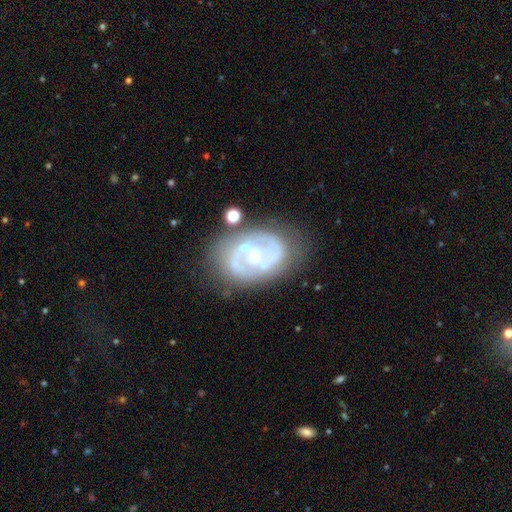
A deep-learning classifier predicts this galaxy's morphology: The model was most divided on "spiral winding": tight: 51%, medium: 40%, loose: 10%. More confident: edge-on disk — no (97%); spiral arms — yes (91%); smooth or featured — featured or disk (85%); spiral arm count — 2 (70%); merging — none (70%); bulge size — small (60%); bar — no (53%).